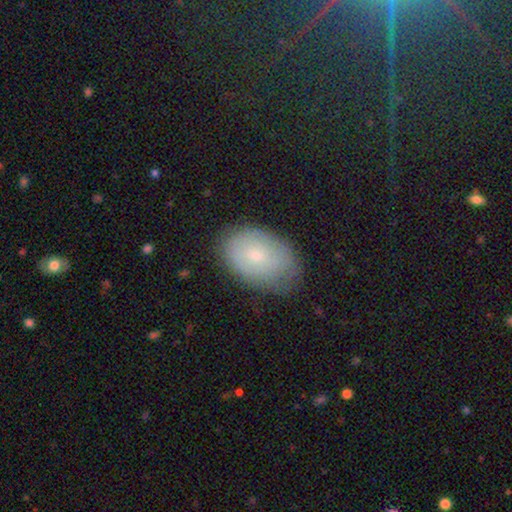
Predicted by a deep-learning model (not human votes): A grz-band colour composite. It shows a smooth galaxy with no disk features (63%) that is in between round and cigar-shaped (85%). Merging: none (67%).